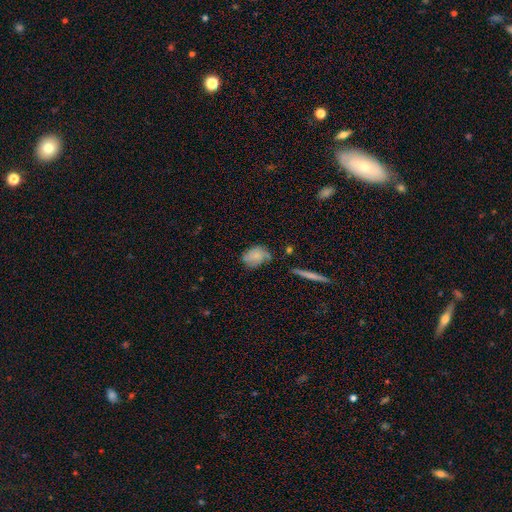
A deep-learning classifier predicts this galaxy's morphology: Q: Smooth or featured?
A: smooth (47%); runner-up: featured or disk (45%)
Q: Merging?
A: none (58%); runner-up: minor disturbance (28%)